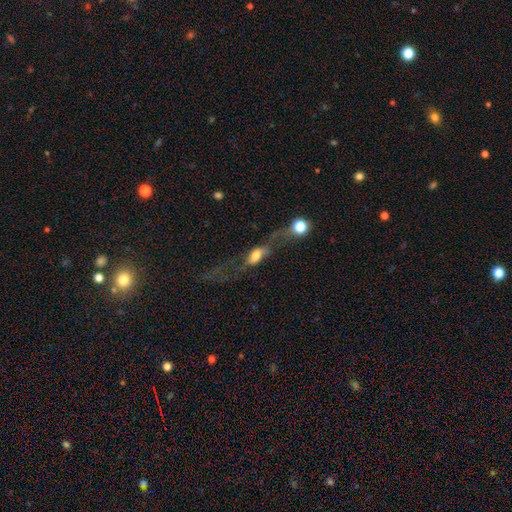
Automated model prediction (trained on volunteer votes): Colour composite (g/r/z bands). It shows a smooth galaxy with no disk features (45%, tied with featured or disk). Merging: major disturbance (37%).